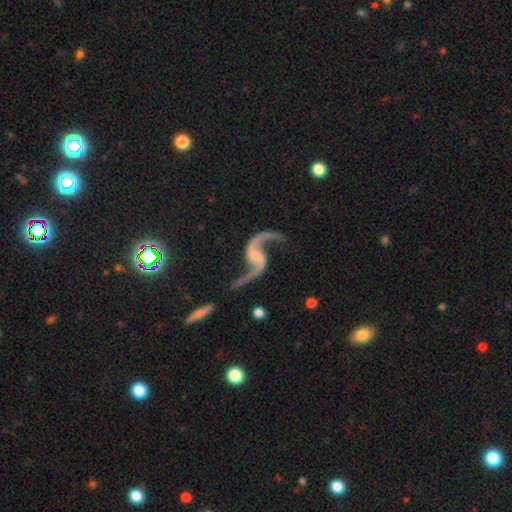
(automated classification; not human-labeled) smooth_or_featured: featured or disk (p=0.92) [alt: star or artifact p=0.05]
disk_edge_on: no (p=0.97) [alt: yes p=0.03]
bar: no (p=0.53) [alt: weak p=0.34]
has_spiral_arms: yes (p=0.97) [alt: no p=0.03]
spiral_winding: loose (p=0.89) [alt: medium p=0.09]
spiral_arm_count: 2 (p=0.94) [alt: 1 p=0.02]
bulge_size: small (p=0.41) [alt: none p=0.39]
merging: none (p=0.69) [alt: minor disturbance p=0.15]